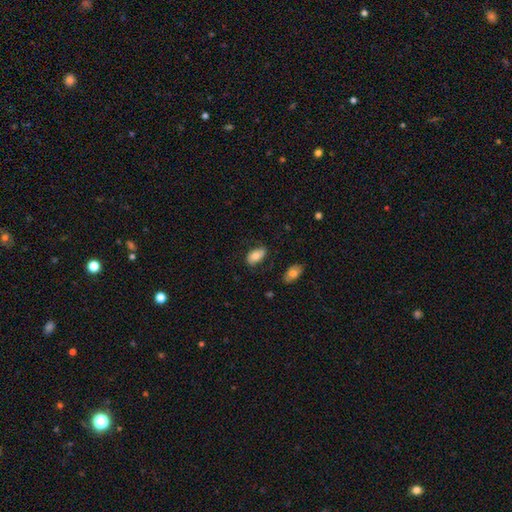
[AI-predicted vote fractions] The model was most divided on "merging": none: 75%, minor disturbance: 18%, major disturbance: 5%, merger: 2%. More confident: how rounded — in between (92%); smooth or featured — smooth (75%).